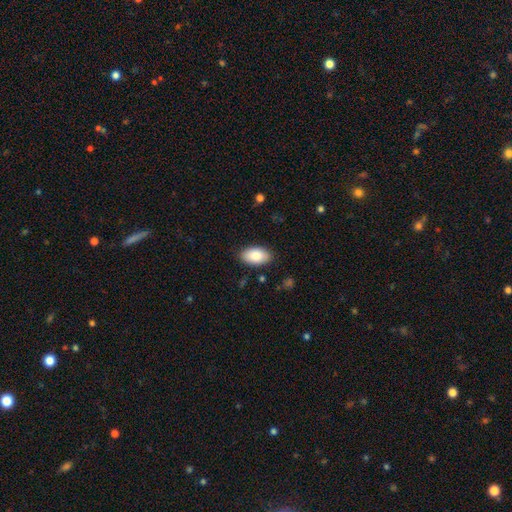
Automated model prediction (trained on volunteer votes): A smooth galaxy with no disk features (86%) that is in between round and cigar-shaped (95%).

Vote fractions:
- Smooth or featured? smooth: 86% / featured or disk: 8% / star or artifact: 6%
- How rounded? in between: 95% / round: 4% / cigar-shaped: 1%
- Merging? none: 86% / minor disturbance: 10% / major disturbance: 2% / merger: 1%